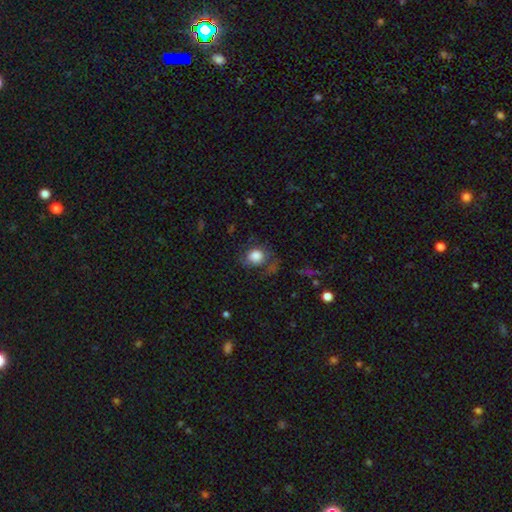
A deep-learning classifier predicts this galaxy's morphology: The model was most divided on "merging": none: 50%, minor disturbance: 24%, major disturbance: 22%, merger: 3%. More confident: smooth or featured — smooth (77%); how rounded — round (66%).